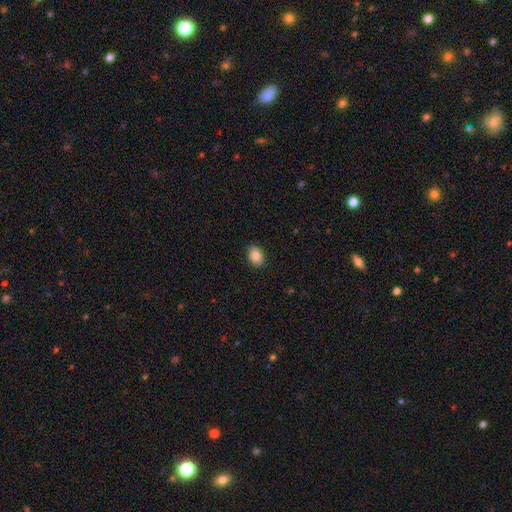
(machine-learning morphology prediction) A smooth galaxy with no disk features (87%) that is in between round and cigar-shaped (79%). Merging: none (88%).